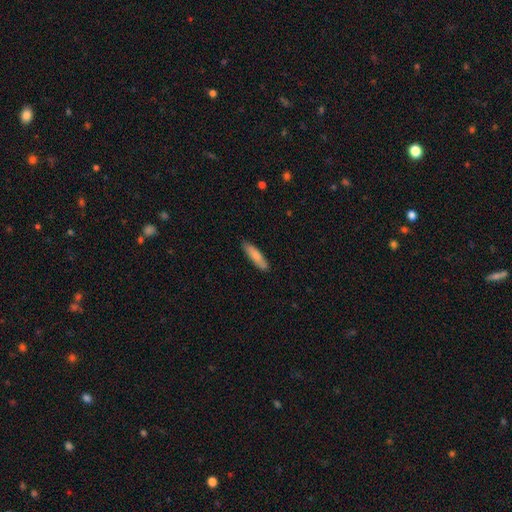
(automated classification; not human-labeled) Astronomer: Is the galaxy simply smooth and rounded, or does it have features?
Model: smooth — 82%.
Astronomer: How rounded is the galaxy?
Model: cigar-shaped — 74%.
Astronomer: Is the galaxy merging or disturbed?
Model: none — 85%.